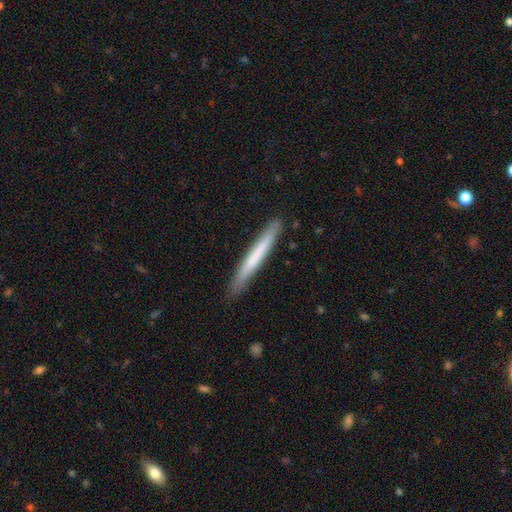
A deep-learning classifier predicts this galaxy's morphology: Smooth or featured?
  - smooth: 64% *
  - featured or disk: 31%
  - star or artifact: 5%
How rounded?
  - cigar-shaped: 97% *
  - in between: 2%
  - round: 1%
Merging?
  - none: 89% *
  - minor disturbance: 8%
  - major disturbance: 1%
  - merger: 1%